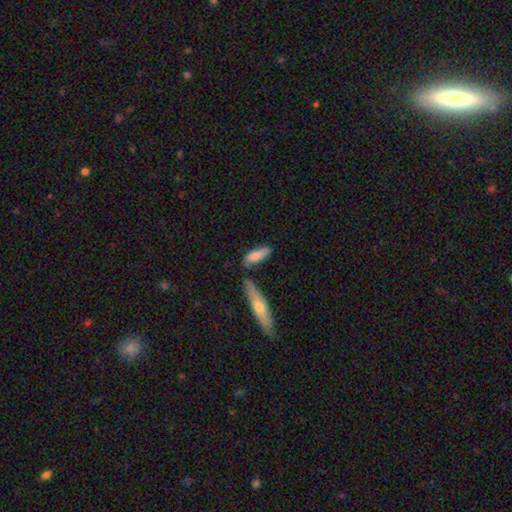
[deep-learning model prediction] A smooth galaxy with no disk features (78%) that is cigar-shaped (52%). Merging: none (60%).